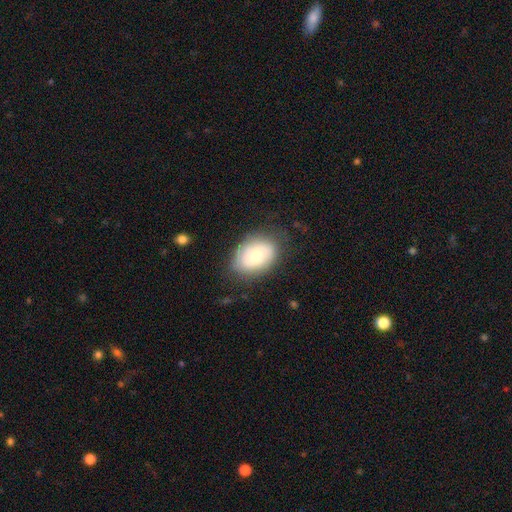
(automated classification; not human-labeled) Smooth or featured? Predicted: smooth (p=0.68). How rounded? Predicted: in between (p=0.83). Merging? Predicted: none (p=0.71).